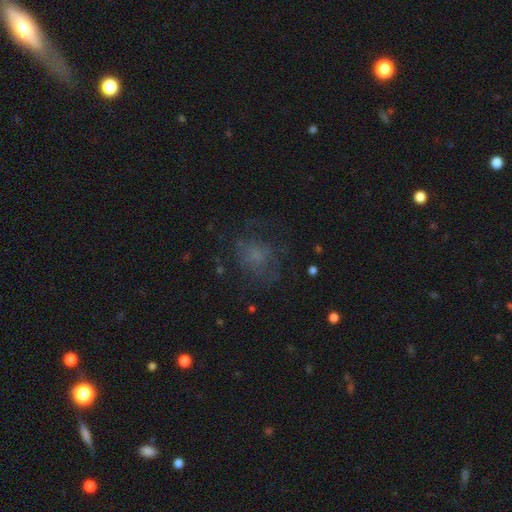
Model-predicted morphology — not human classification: Smooth or featured? Predicted: smooth (p=0.49). Merging? Predicted: none (p=0.58).